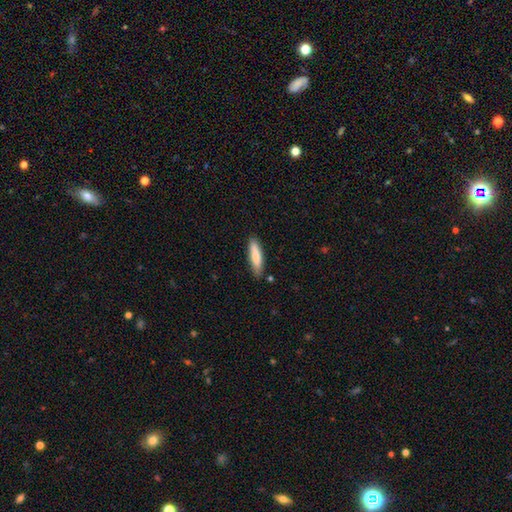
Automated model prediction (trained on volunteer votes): The model was most divided on "how rounded": cigar-shaped: 73%, in between: 25%, round: 1%. More confident: merging — none (81%); smooth or featured — smooth (80%).